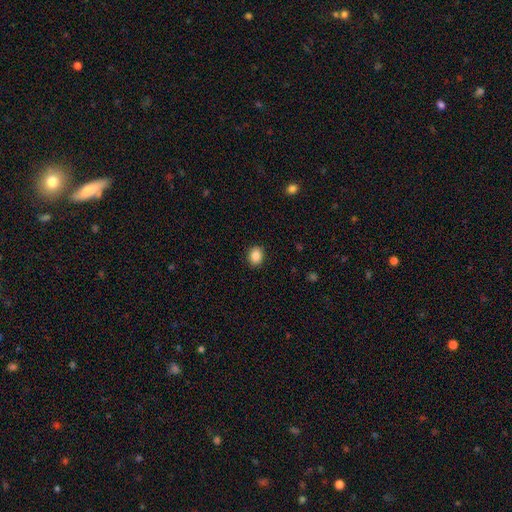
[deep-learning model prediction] Overall: smooth (86%). How rounded: in between (52%; round 47%). Merging: none (90%).